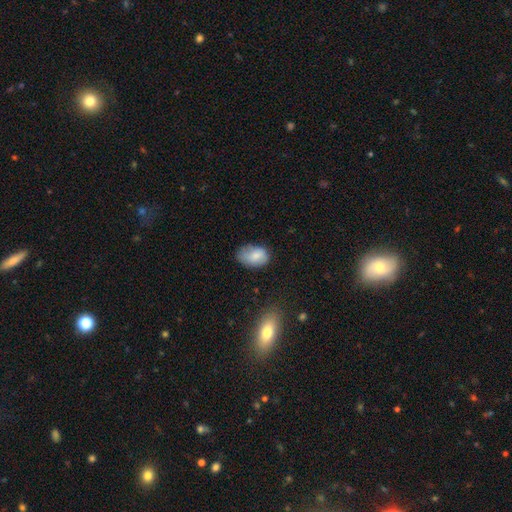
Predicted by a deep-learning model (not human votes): Q: Smooth or featured?
A: smooth (81%); runner-up: featured or disk (11%)
Q: How rounded?
A: in between (87%); runner-up: round (12%)
Q: Merging?
A: none (59%); runner-up: minor disturbance (30%)